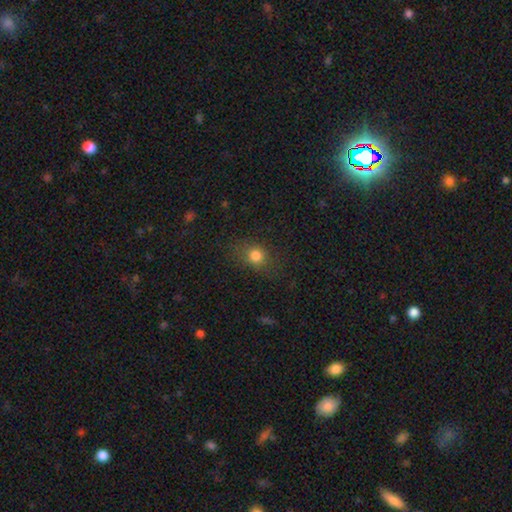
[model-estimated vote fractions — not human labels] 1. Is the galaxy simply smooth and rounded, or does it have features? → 77% smooth, 15% star or artifact, 8% featured or disk.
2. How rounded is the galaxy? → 61% round, 36% in between, 2% cigar-shaped.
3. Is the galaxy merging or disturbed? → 77% none, 15% minor disturbance, 7% major disturbance, 1% merger.